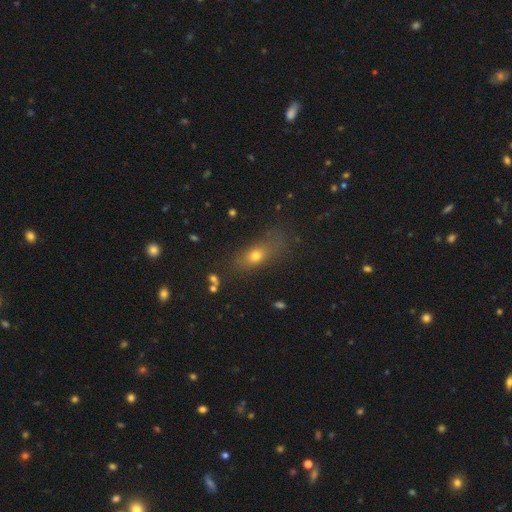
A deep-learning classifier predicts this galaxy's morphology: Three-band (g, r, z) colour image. It shows a smooth galaxy with no disk features (67%) that is in between round and cigar-shaped (60%). Merging: none (63%).